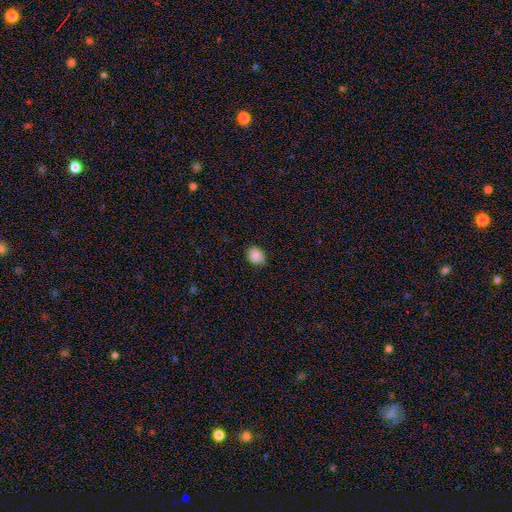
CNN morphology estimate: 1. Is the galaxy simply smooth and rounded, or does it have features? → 88% smooth, 8% star or artifact, 4% featured or disk.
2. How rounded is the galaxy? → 53% round, 46% in between, 1% cigar-shaped.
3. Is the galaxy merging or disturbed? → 81% none, 15% minor disturbance, 3% major disturbance, 1% merger.